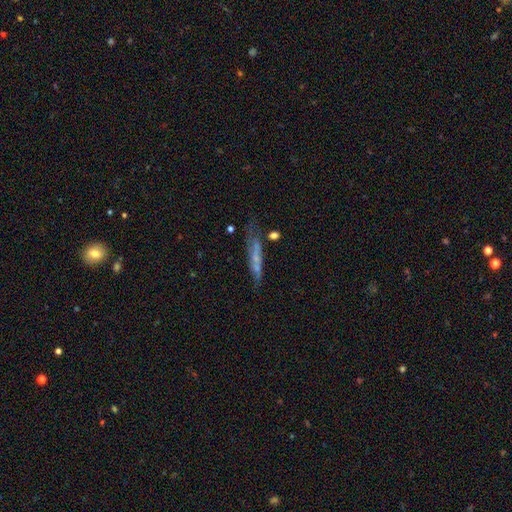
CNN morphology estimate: Smooth or featured: featured or disk — 47% (smooth — 42%)
Merging: none — 52% (minor disturbance — 24%)